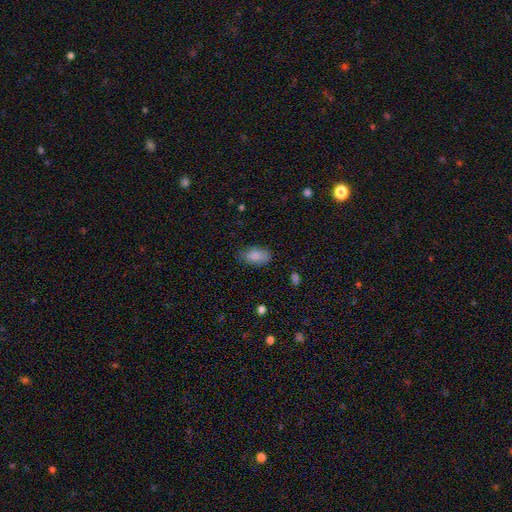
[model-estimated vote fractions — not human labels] smooth 87%, star or artifact 8%, featured or disk 6%. Down the decision tree: how rounded — in between (93%); merging — none (75%).